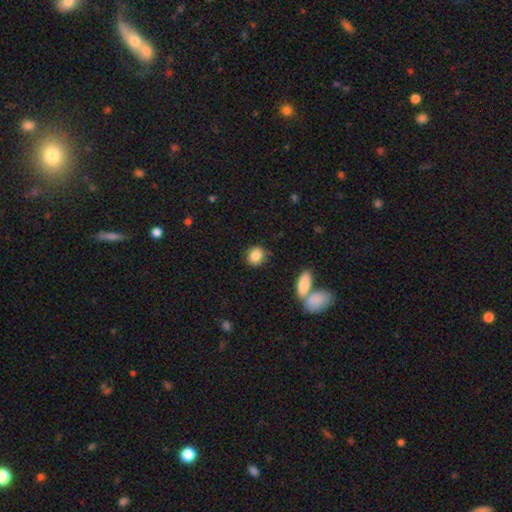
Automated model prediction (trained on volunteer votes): A smooth galaxy with no disk features (85%) that is round (64%).

Vote fractions:
- Smooth or featured? smooth: 85% / star or artifact: 8% / featured or disk: 7%
- How rounded? round: 64% / in between: 35% / cigar-shaped: 2%
- Merging? none: 81% / minor disturbance: 12% / merger: 3% / major disturbance: 3%